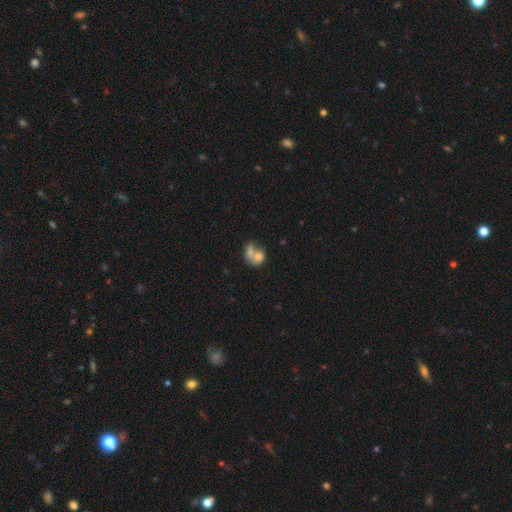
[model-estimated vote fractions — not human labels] smooth_or_featured: smooth (p=0.67) [alt: featured or disk p=0.25]
how_rounded: round (p=0.52) [alt: in between p=0.46]
merging: merger (p=0.71) [alt: none p=0.17]